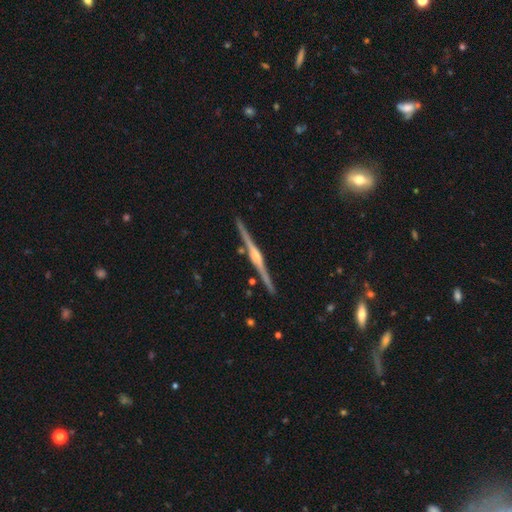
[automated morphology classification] The model was most divided on "edge-on bulge": rounded: 86%, boxy: 10%, none: 5%. More confident: edge-on disk — yes (99%); merging — none (89%); smooth or featured — featured or disk (87%).